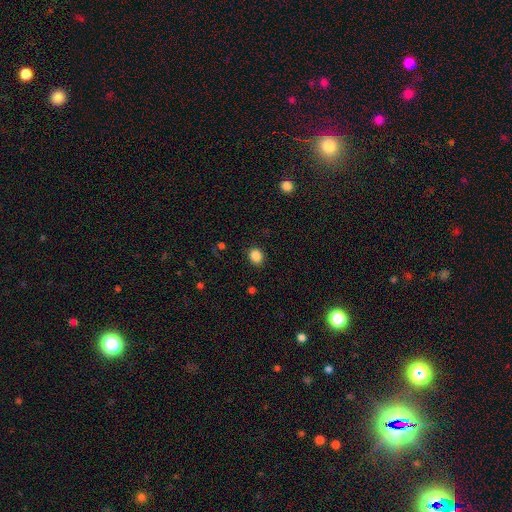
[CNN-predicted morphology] This appears to be a smooth galaxy with no disk features (86%) that is round (55%). Merging: none (89%).